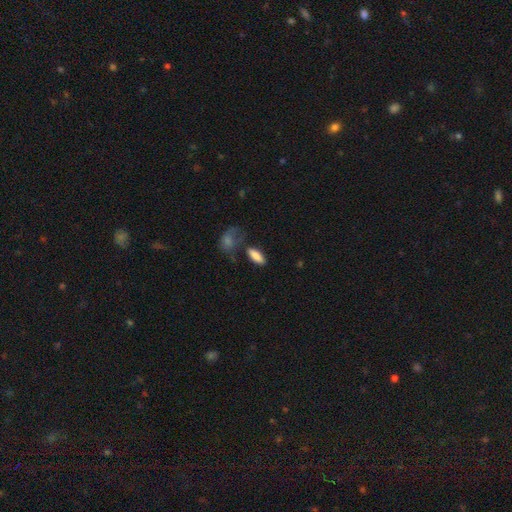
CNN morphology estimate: The model was most divided on "merging": none: 64%, minor disturbance: 18%, merger: 11%, major disturbance: 7%. More confident: smooth or featured — smooth (85%); how rounded — in between (75%).